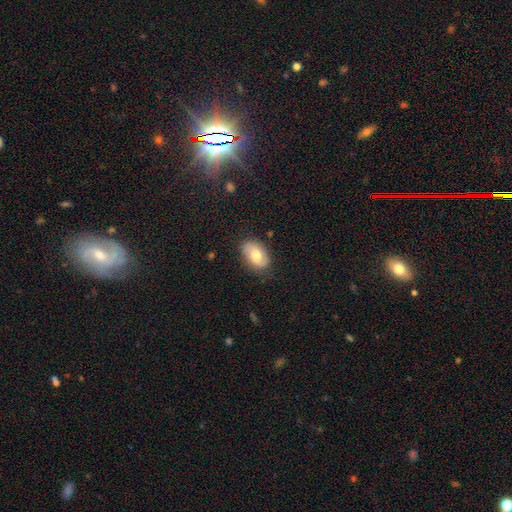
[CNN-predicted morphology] Smooth or featured?
  - smooth: 66% *
  - featured or disk: 27%
  - star or artifact: 7%
How rounded?
  - in between: 89% *
  - round: 9%
  - cigar-shaped: 1%
Merging?
  - none: 80% *
  - minor disturbance: 15%
  - major disturbance: 4%
  - merger: 1%